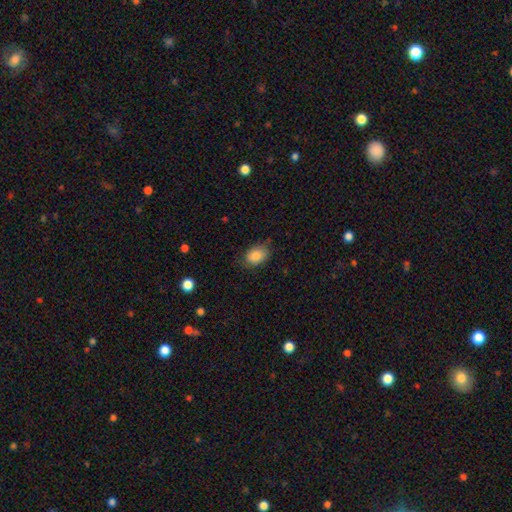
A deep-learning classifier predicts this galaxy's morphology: Overall: smooth (85%). How rounded: in between (76%). Merging: none (74%).